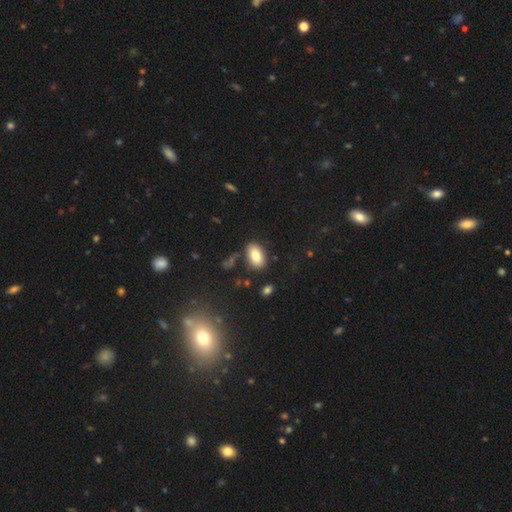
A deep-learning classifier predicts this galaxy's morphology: Smooth or featured: smooth — 81% (featured or disk — 11%)
How rounded: in between — 91% (round — 7%)
Merging: none — 80% (minor disturbance — 12%)